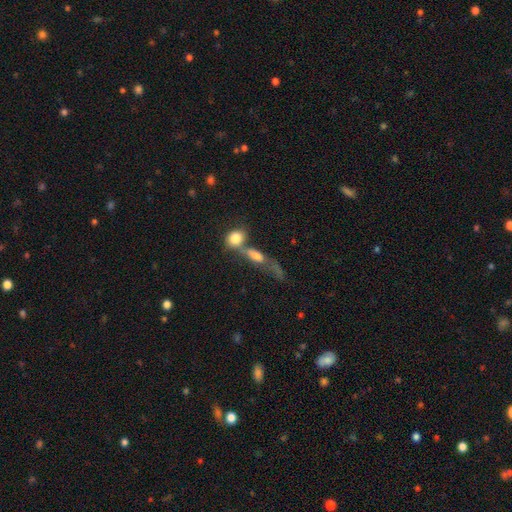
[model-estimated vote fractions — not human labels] smooth-or-featured: smooth: 63% | featured or disk: 25% | star or artifact: 11%
  how-rounded: in between: 57% | cigar-shaped: 27% | round: 16%
  merging: merger: 53% | none: 23% | major disturbance: 13% | minor disturbance: 10%